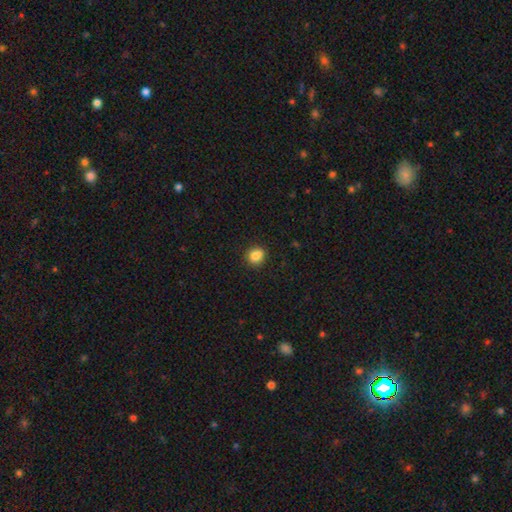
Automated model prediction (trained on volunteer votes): smooth 84%, star or artifact 11%, featured or disk 6%. Down the decision tree: how rounded — round (76%); merging — none (78%).